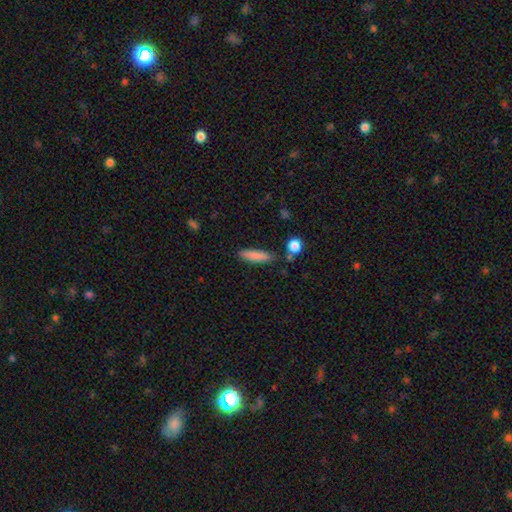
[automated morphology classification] Smooth or featured: smooth — 82% (featured or disk — 11%)
How rounded: cigar-shaped — 71% (in between — 27%)
Merging: none — 79% (minor disturbance — 13%)